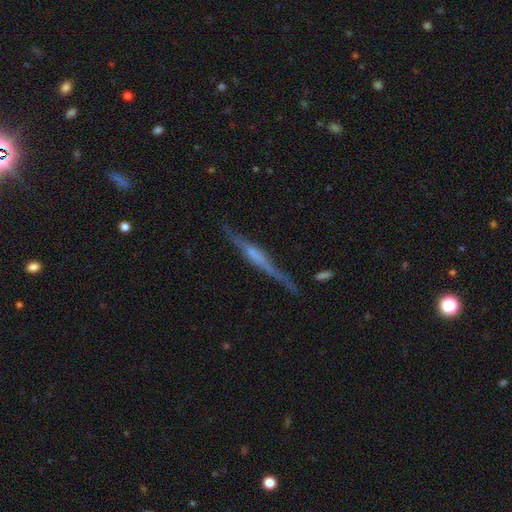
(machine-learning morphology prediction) featured or disk 74%, smooth 19%, star or artifact 7%. Down the decision tree: edge-on disk — yes (96%); edge-on bulge — rounded (44%); merging — none (77%).